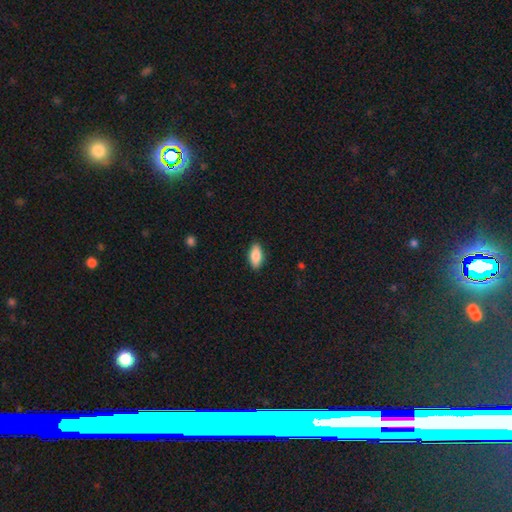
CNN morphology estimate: Smooth or featured: smooth — 86% (featured or disk — 8%)
How rounded: in between — 88% (cigar-shaped — 9%)
Merging: none — 88% (minor disturbance — 9%)